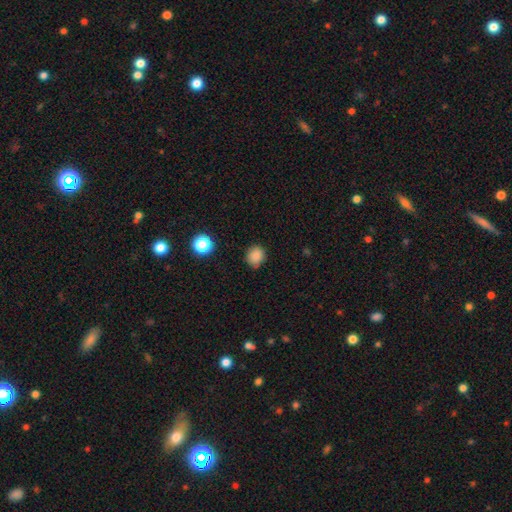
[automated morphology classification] type=smooth (85%); roundness=round (74%); merging=none (82%).